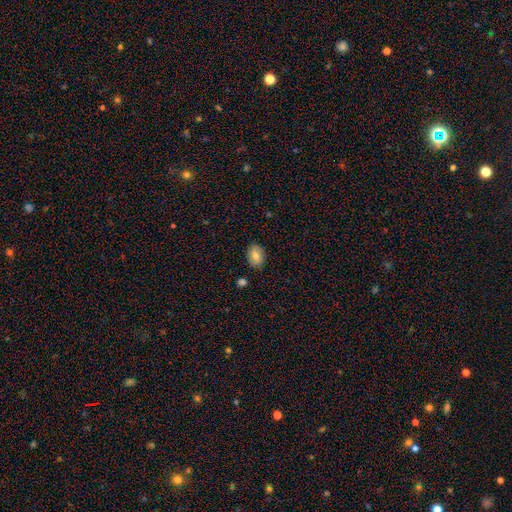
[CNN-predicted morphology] Smooth or featured? smooth (70%)
How rounded? in between (73%)
Merging? none (84%)